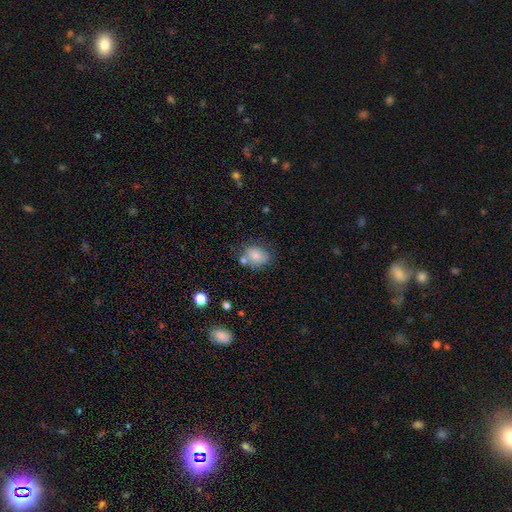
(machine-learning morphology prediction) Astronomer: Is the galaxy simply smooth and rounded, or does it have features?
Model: smooth — 79%.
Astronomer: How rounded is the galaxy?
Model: round — 53% (runner-up: in between, 46%).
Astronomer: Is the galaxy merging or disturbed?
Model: none — 65%.